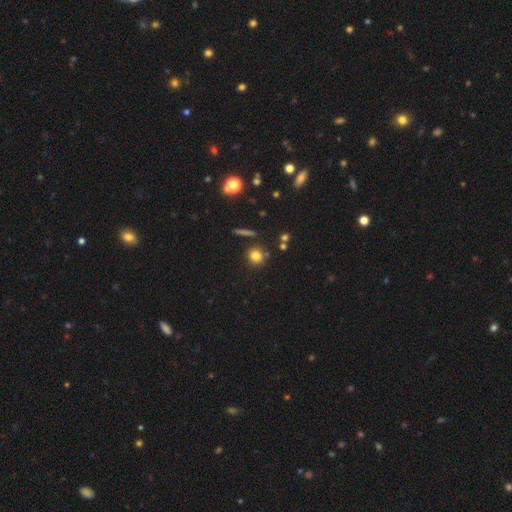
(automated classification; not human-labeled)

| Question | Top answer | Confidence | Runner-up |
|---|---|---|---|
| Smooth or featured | smooth | 79% | star or artifact (13%) |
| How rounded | round | 88% | in between (11%) |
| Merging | none | 82% | minor disturbance (9%) |